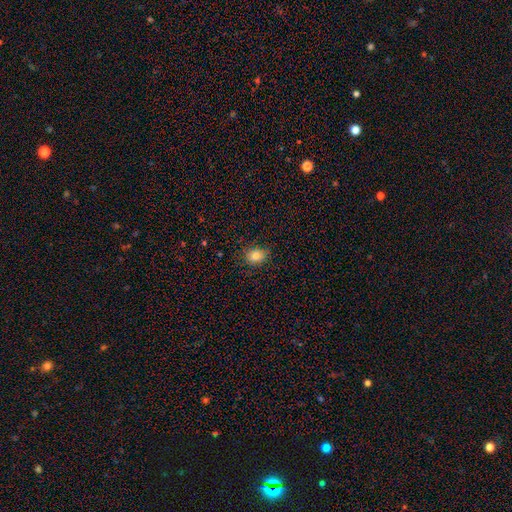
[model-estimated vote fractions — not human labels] This is clearly a smooth galaxy (82%). How rounded: possibly round (52%). Merging: clearly none (82%).